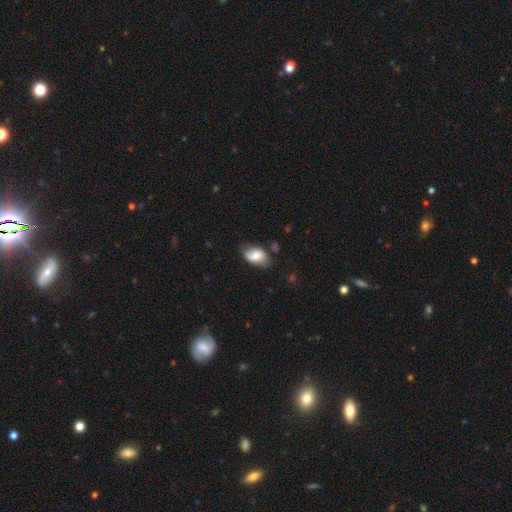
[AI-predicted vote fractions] smooth_or_featured: smooth (p=0.69) [alt: featured or disk p=0.23]
how_rounded: in between (p=0.89) [alt: round p=0.10]
merging: none (p=0.58) [alt: minor disturbance p=0.30]